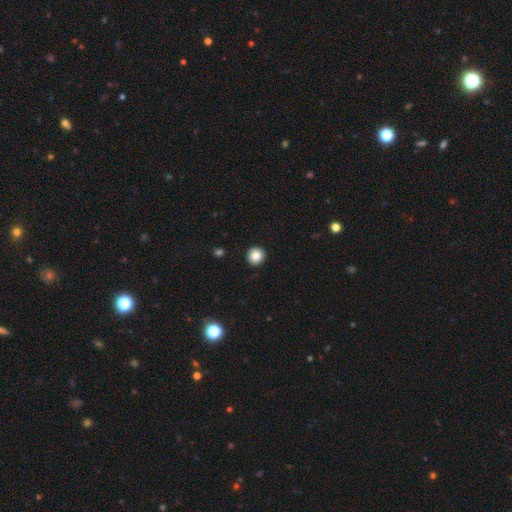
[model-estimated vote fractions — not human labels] smooth 84%, star or artifact 10%, featured or disk 6%. Down the decision tree: how rounded — round (94%); merging — none (93%).